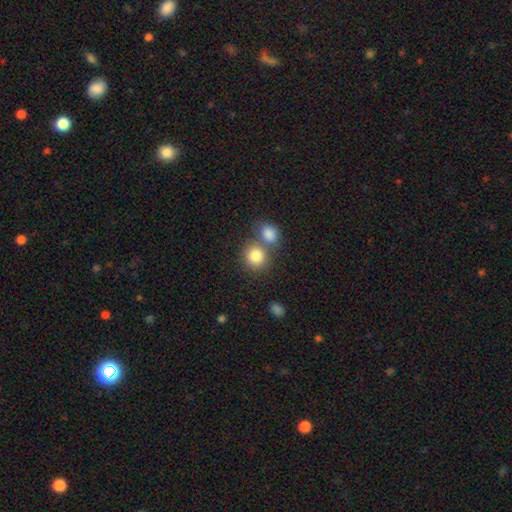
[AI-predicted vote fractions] Smooth or featured?
  - smooth: 82% *
  - star or artifact: 9%
  - featured or disk: 8%
How rounded?
  - round: 83% *
  - in between: 16%
  - cigar-shaped: 1%
Merging?
  - none: 51% *
  - merger: 38%
  - minor disturbance: 8%
  - major disturbance: 3%